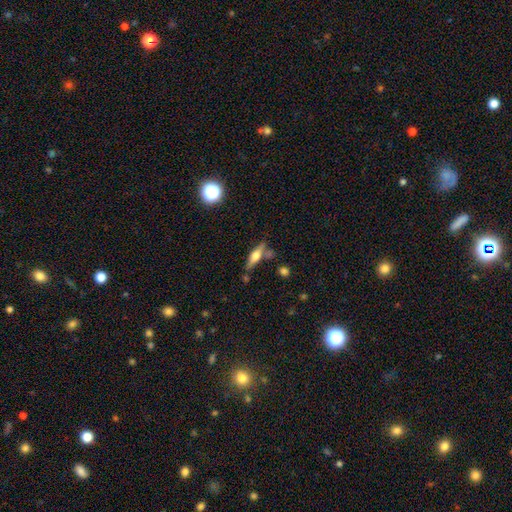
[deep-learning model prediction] Smooth or featured: featured or disk — 54% (smooth — 37%)
Edge-on disk: yes — 92% (no — 8%)
Edge-on bulge: rounded — 89% (boxy — 8%)
Merging: none — 67% (minor disturbance — 16%)